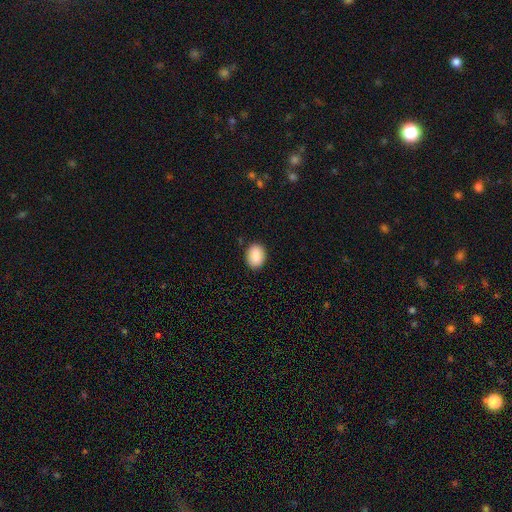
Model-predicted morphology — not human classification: Smooth or featured?
  - smooth: 89% *
  - star or artifact: 7%
  - featured or disk: 4%
How rounded?
  - in between: 66% *
  - round: 34%
  - cigar-shaped: 1%
Merging?
  - none: 88% *
  - minor disturbance: 9%
  - major disturbance: 2%
  - merger: 1%